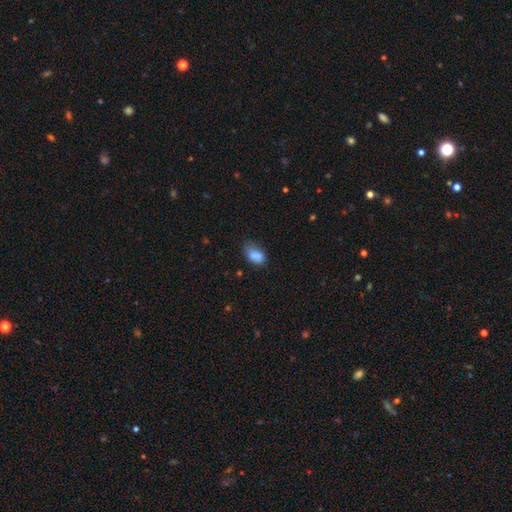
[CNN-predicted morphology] smooth-or-featured: smooth: 81% | star or artifact: 9% | featured or disk: 9%
  how-rounded: in between: 88% | round: 9% | cigar-shaped: 2%
  merging: none: 42% | minor disturbance: 38% | major disturbance: 13% | merger: 8%